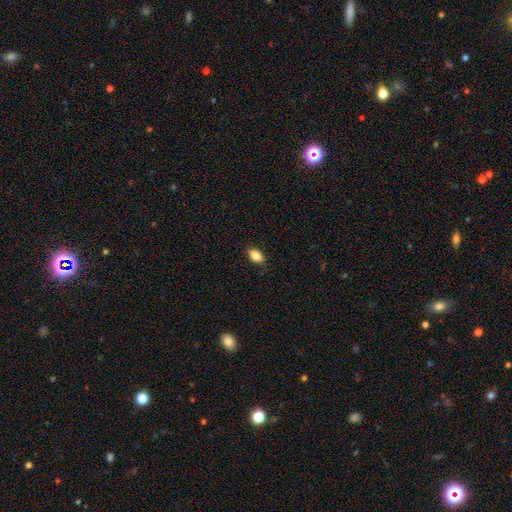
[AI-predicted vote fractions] A smooth galaxy with no disk features (84%) that is in between round and cigar-shaped (89%). Merging: none (86%).